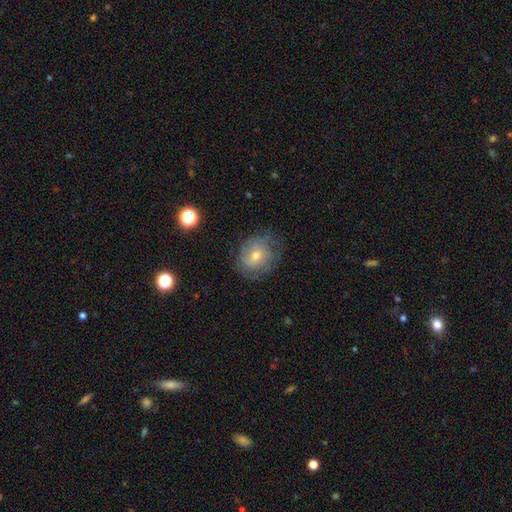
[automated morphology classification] smooth 56%, featured or disk 33%, star or artifact 11%. Down the decision tree: how rounded — round (69%); merging — none (63%).